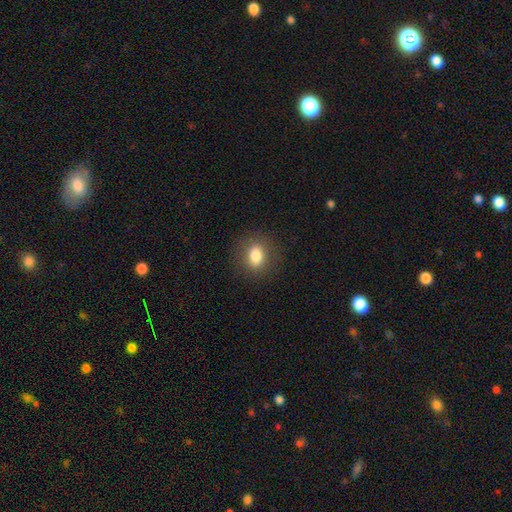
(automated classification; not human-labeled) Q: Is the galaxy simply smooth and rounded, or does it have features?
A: smooth — 80%.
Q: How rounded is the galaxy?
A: round — 50%.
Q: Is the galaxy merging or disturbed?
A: none — 86%.